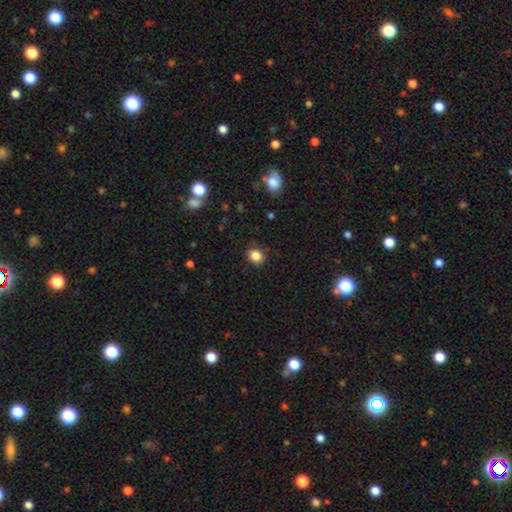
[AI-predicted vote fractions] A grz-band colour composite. It shows a smooth galaxy with no disk features (85%) that is round (76%). Merging: none (89%).